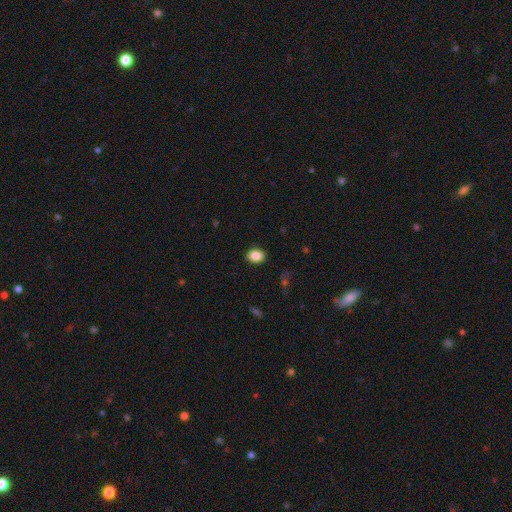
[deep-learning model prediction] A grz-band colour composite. It shows a smooth galaxy with no disk features (86%) that is in between round and cigar-shaped (58%). Merging: none (89%).